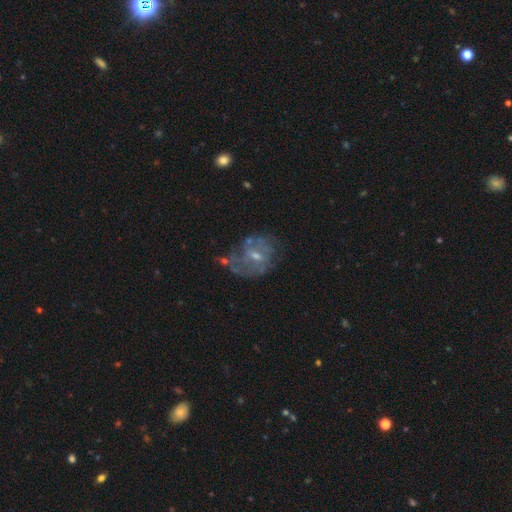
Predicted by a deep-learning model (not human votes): Smooth or featured? featured or disk (70%)
Edge-on disk? no (97%)
Bar? weak (46%)
Spiral arms? yes (67%)
Bulge size? small (54%)
Merging? none (45%)